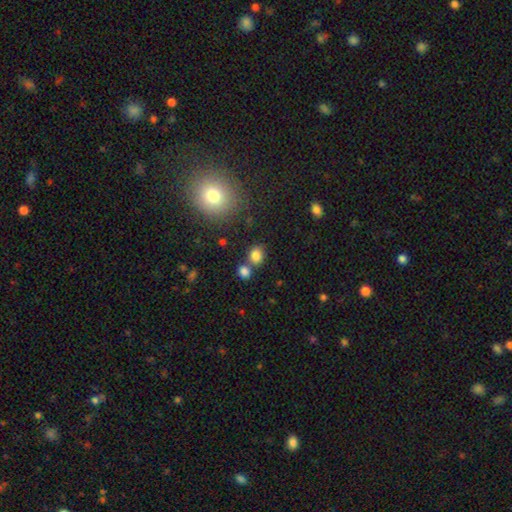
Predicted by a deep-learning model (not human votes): A smooth galaxy with no disk features (82%) that is round (60%). Merging: none (64%).